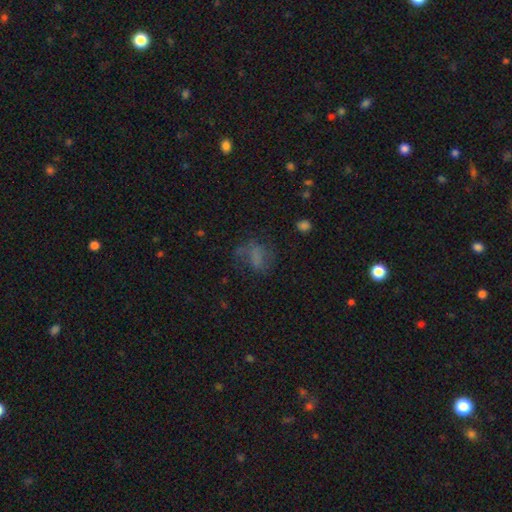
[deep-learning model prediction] smooth 57%, featured or disk 24%, star or artifact 20%. Down the decision tree: how rounded — in between (66%); merging — none (46%).